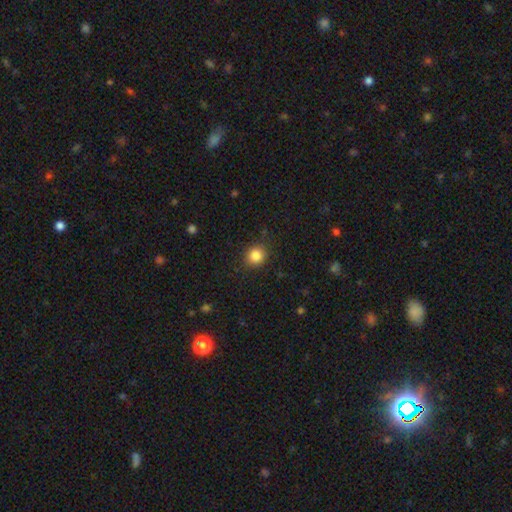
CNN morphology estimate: Overall: smooth (85%). How rounded: round (84%). Merging: none (88%).